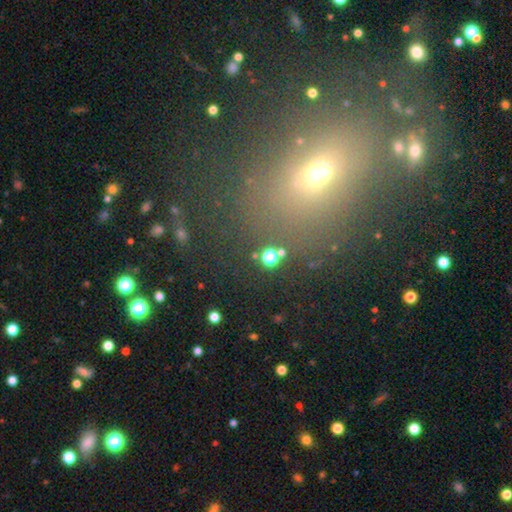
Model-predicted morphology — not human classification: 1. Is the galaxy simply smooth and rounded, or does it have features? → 44% star or artifact, 43% smooth, 13% featured or disk.